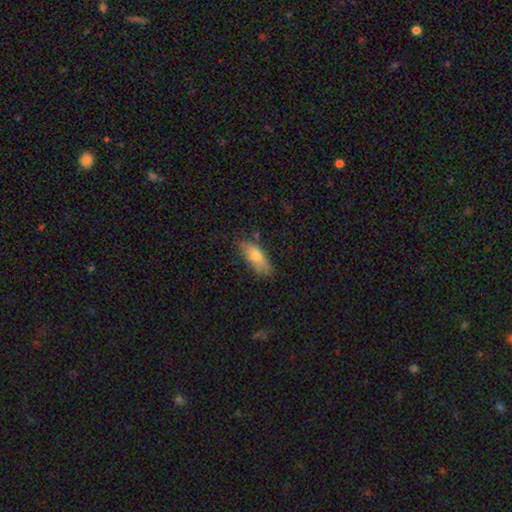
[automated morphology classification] Smooth or featured: smooth — 76% (featured or disk — 17%)
How rounded: in between — 67% (cigar-shaped — 31%)
Merging: none — 71% (minor disturbance — 22%)